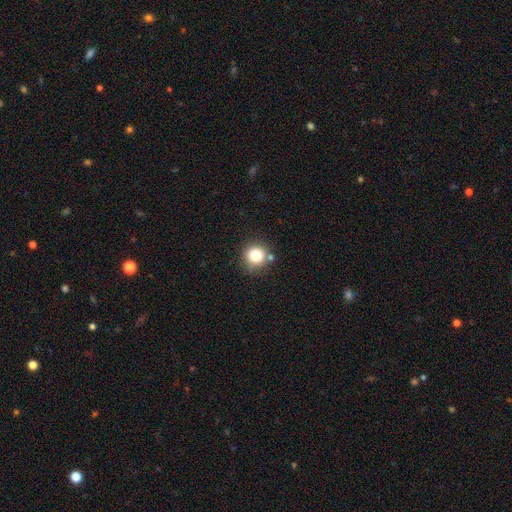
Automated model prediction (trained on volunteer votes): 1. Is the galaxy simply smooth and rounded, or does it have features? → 82% smooth, 12% star or artifact, 7% featured or disk.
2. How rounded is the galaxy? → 92% round, 7% in between, 1% cigar-shaped.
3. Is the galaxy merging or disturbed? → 78% none, 11% minor disturbance, 8% merger, 3% major disturbance.